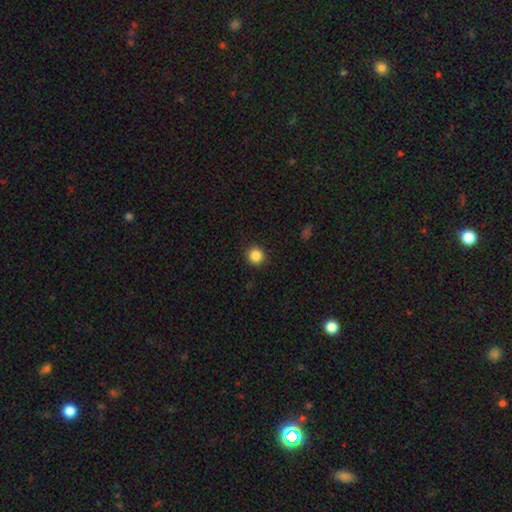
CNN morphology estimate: smooth_or_featured: smooth (p=0.86) [alt: star or artifact p=0.10]
how_rounded: round (p=0.92) [alt: in between p=0.07]
merging: none (p=0.90) [alt: minor disturbance p=0.06]